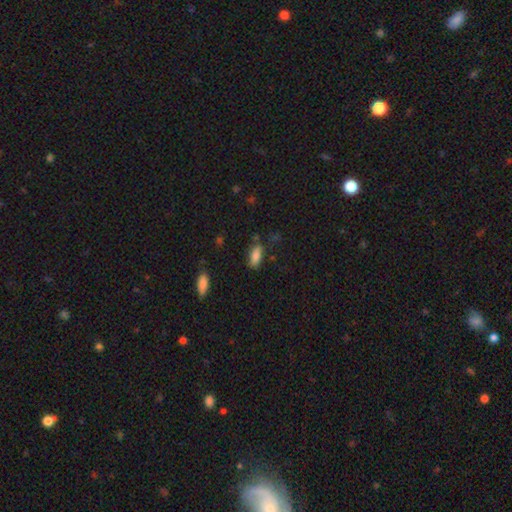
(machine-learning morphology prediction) Smooth or featured: smooth — 80% (featured or disk — 12%)
How rounded: in between — 79% (cigar-shaped — 19%)
Merging: none — 68% (minor disturbance — 21%)